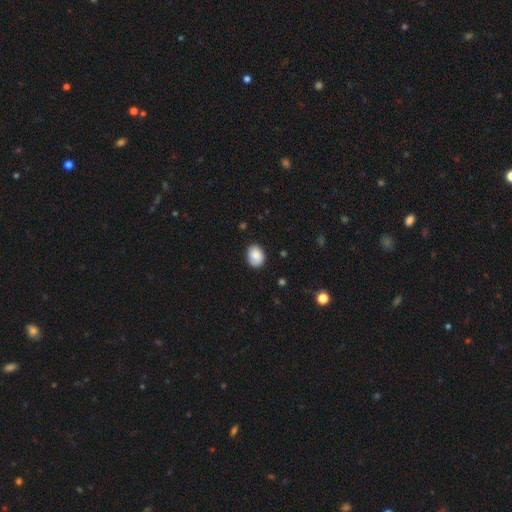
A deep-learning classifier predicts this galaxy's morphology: Overall: smooth (86%). How rounded: in between (69%; round 31%). Merging: none (83%).